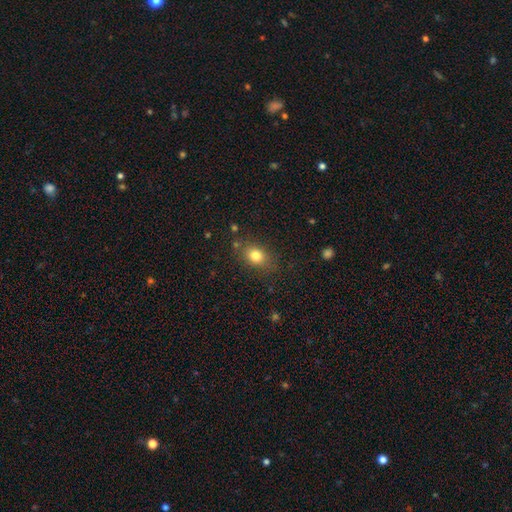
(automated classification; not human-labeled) Morphology: type=smooth (80%); roundness=in between (61%); merging=none (78%).